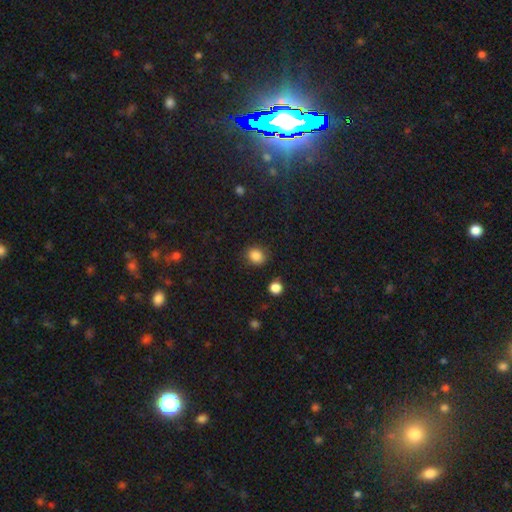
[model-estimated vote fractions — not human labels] smooth_or_featured: smooth (p=0.85) [alt: star or artifact p=0.11]
how_rounded: round (p=0.68) [alt: in between p=0.31]
merging: none (p=0.85) [alt: minor disturbance p=0.10]